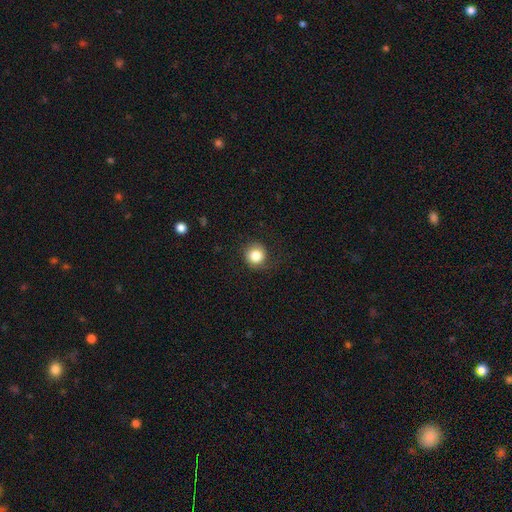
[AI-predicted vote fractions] Overall: smooth (82%). How rounded: round (91%). Merging: none (79%).